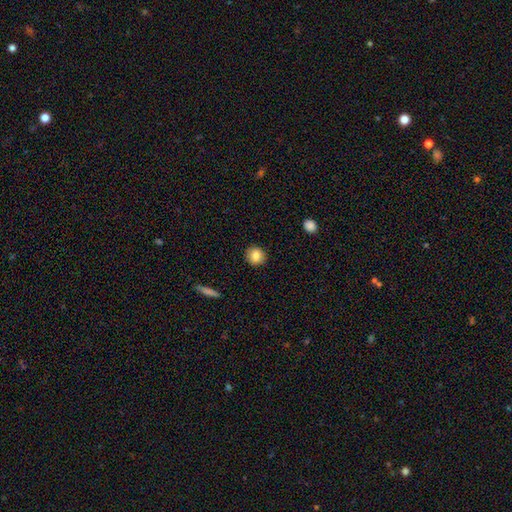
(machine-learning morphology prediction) Overall: smooth (84%). How rounded: round (89%). Merging: none (91%).